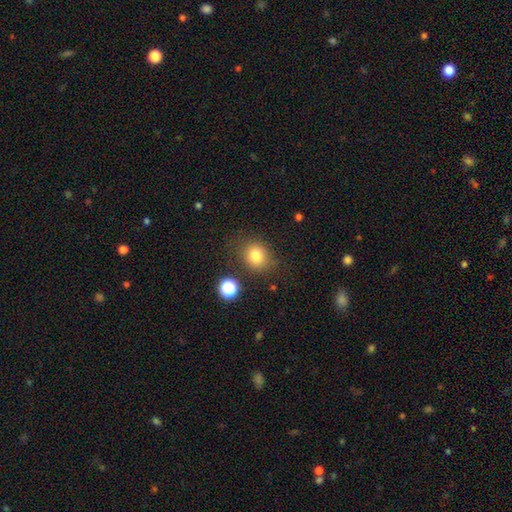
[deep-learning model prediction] This appears to be a smooth galaxy with no disk features (78%) that is round (72%). Merging: none (79%).